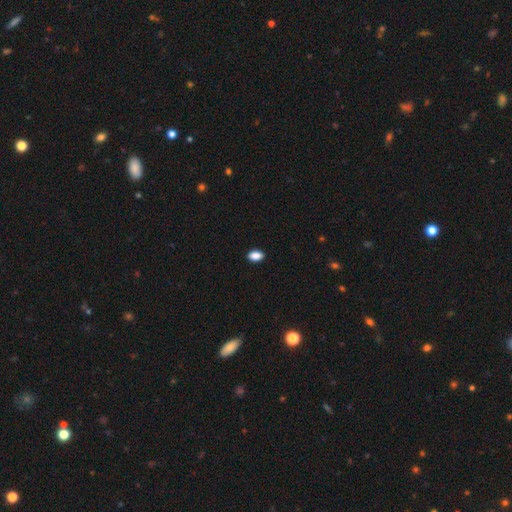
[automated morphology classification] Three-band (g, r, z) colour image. It shows a smooth galaxy with no disk features (88%) that is in between round and cigar-shaped (89%). Merging: none (90%).